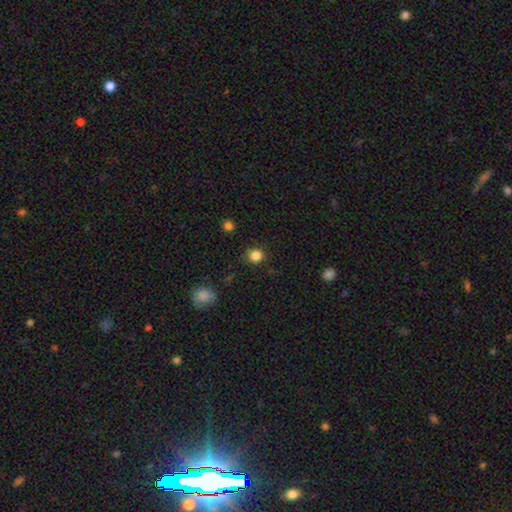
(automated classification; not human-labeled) A smooth galaxy with no disk features (84%) that is round (88%).

Vote fractions:
- Smooth or featured? smooth: 84% / star or artifact: 13% / featured or disk: 4%
- How rounded? round: 88% / in between: 11% / cigar-shaped: 1%
- Merging? none: 87% / minor disturbance: 9% / major disturbance: 3% / merger: 1%